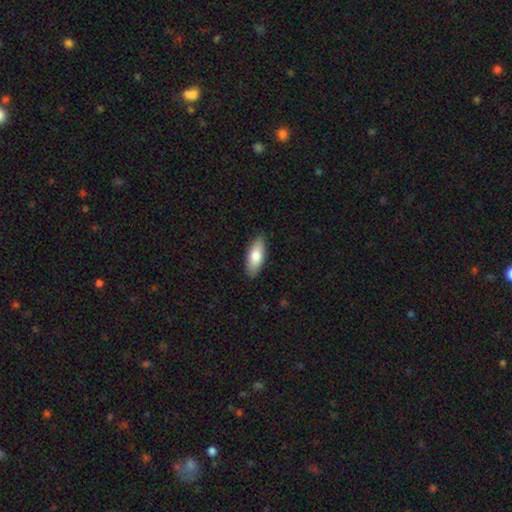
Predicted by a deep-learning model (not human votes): Q: Smooth or featured?
A: smooth (78%); runner-up: featured or disk (16%)
Q: How rounded?
A: in between (80%); runner-up: cigar-shaped (18%)
Q: Merging?
A: none (88%); runner-up: minor disturbance (9%)